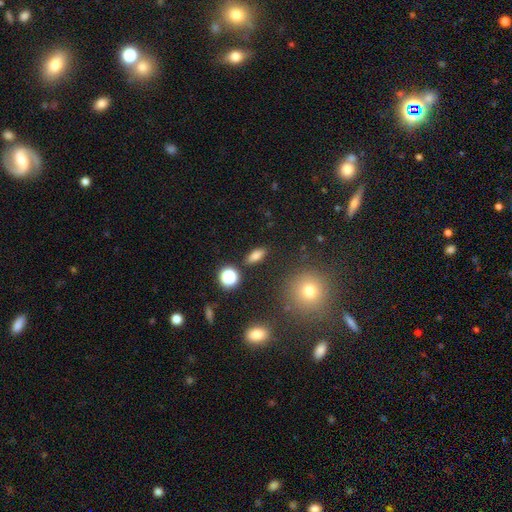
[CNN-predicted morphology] Smooth or featured? Predicted: smooth (p=0.76). How rounded? Predicted: in between (p=0.67). Merging? Predicted: none (p=0.85).